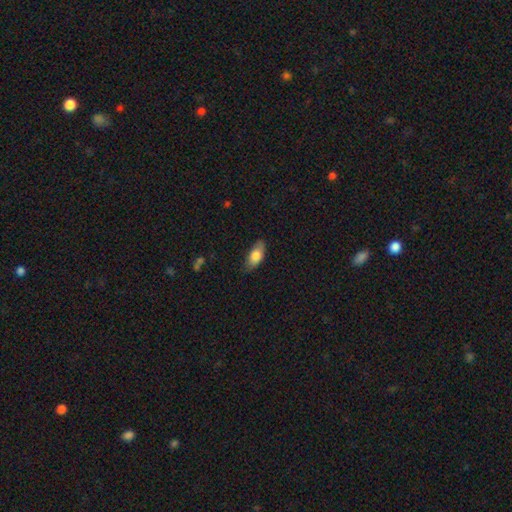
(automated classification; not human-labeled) smooth_or_featured: smooth (p=0.79) [alt: featured or disk p=0.14]
how_rounded: in between (p=0.85) [alt: cigar-shaped p=0.11]
merging: none (p=0.77) [alt: minor disturbance p=0.18]